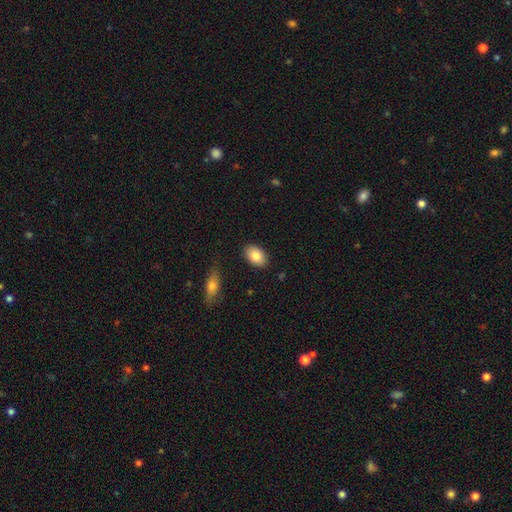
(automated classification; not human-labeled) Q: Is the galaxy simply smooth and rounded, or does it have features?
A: smooth — 84%.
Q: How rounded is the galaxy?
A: in between — 87%.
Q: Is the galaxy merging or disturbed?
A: none — 87%.